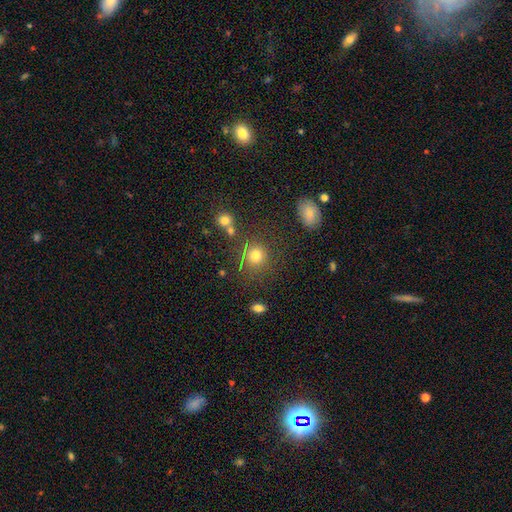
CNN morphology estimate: Smooth or featured? Predicted: smooth (p=0.73). How rounded? Predicted: round (p=0.88). Merging? Predicted: none (p=0.77).